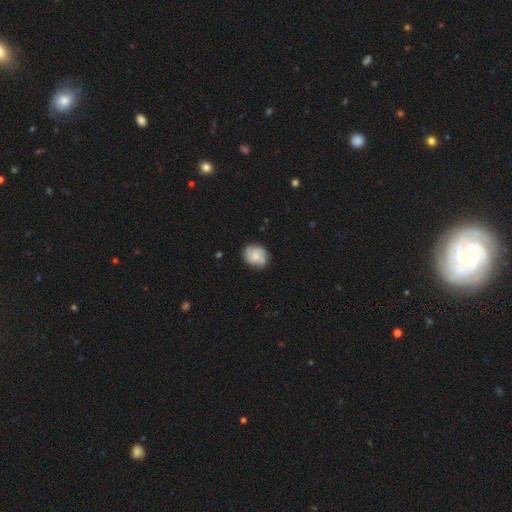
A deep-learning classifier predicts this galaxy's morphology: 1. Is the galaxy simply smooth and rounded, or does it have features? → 54% featured or disk, 39% smooth, 7% star or artifact.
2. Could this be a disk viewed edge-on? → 98% no, 2% yes.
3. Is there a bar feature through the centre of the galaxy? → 77% no, 21% weak, 3% strong.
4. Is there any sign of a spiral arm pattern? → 89% yes, 11% no.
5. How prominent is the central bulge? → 49% small, 37% moderate, 9% none, 4% large, 1% dominant.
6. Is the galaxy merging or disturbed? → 74% none, 19% minor disturbance, 5% major disturbance, 1% merger.